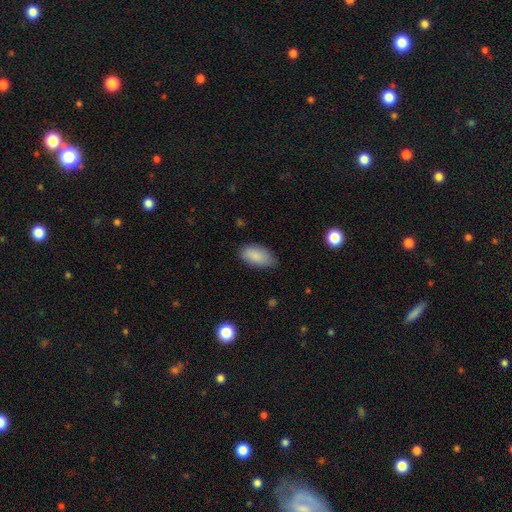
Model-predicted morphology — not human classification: smooth 87%, star or artifact 7%, featured or disk 6%. Down the decision tree: how rounded — in between (93%); merging — none (75%).